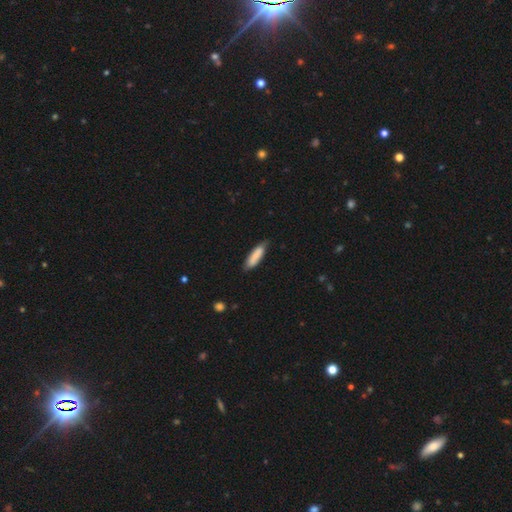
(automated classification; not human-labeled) This is clearly a smooth galaxy (81%). How rounded: possibly cigar-shaped (59%). Merging: likely none (70%).